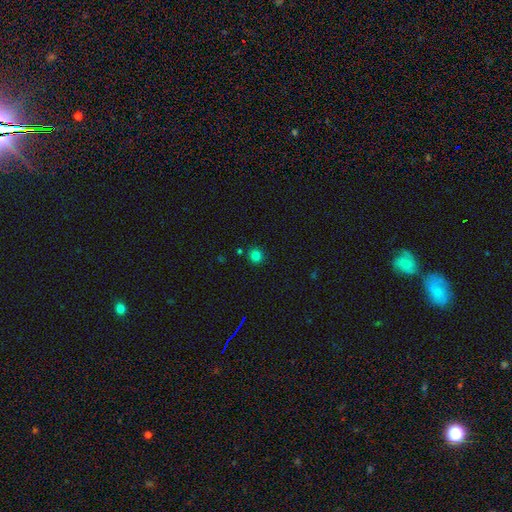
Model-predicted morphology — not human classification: This is clearly a smooth galaxy (81%). How rounded: clearly round (91%). Merging: clearly none (86%).